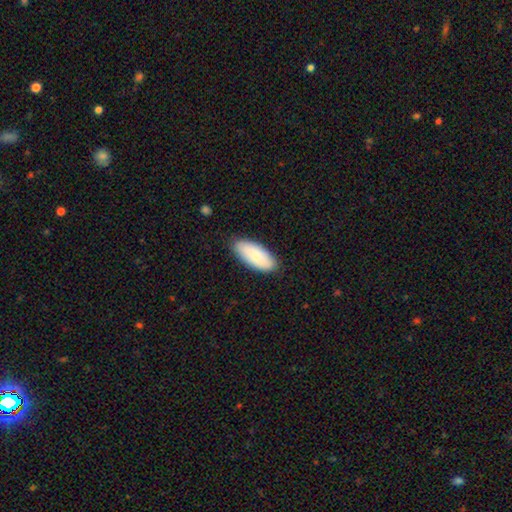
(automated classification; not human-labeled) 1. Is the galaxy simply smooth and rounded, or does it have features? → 81% smooth, 13% featured or disk, 6% star or artifact.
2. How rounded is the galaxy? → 86% in between, 13% cigar-shaped, 2% round.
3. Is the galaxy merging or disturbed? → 85% none, 12% minor disturbance, 2% major disturbance, 1% merger.